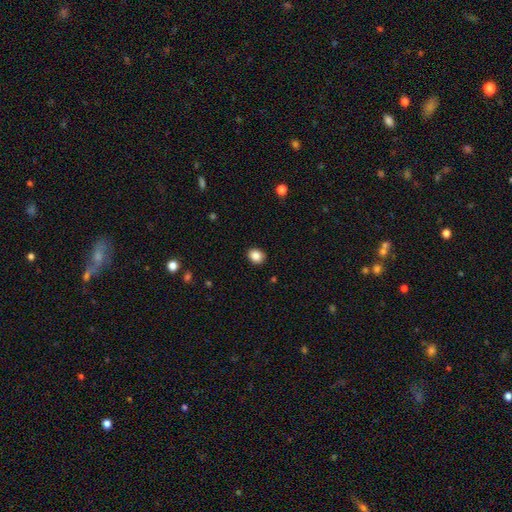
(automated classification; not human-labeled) Smooth or featured: smooth — 86% (star or artifact — 9%)
How rounded: round — 54% (in between — 45%)
Merging: none — 90% (minor disturbance — 7%)